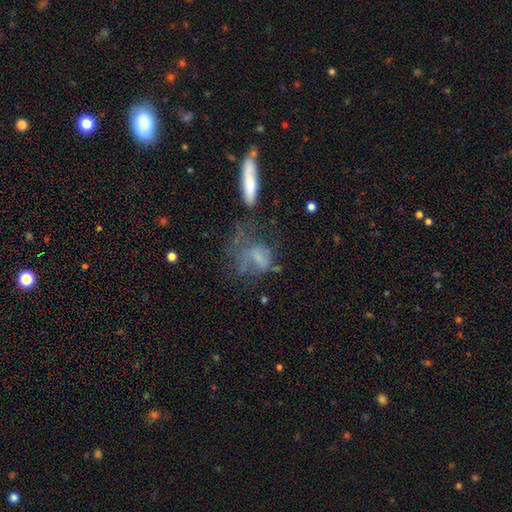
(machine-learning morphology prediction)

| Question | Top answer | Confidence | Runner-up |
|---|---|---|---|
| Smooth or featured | smooth | 47% | featured or disk (38%) |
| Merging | major disturbance | 42% | none (26%) |